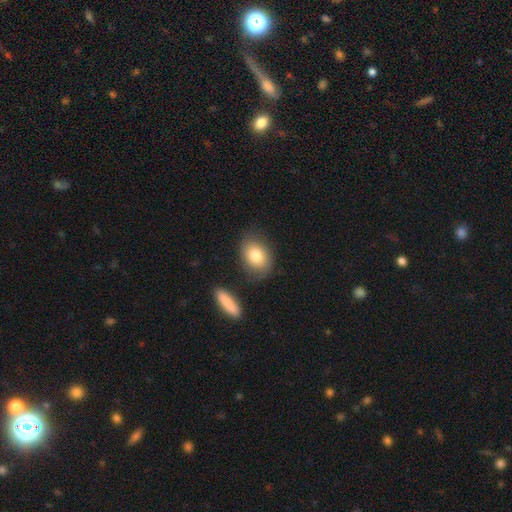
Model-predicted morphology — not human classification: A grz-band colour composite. It shows a smooth galaxy with no disk features (79%) that is in between round and cigar-shaped (69%). Merging: none (76%).